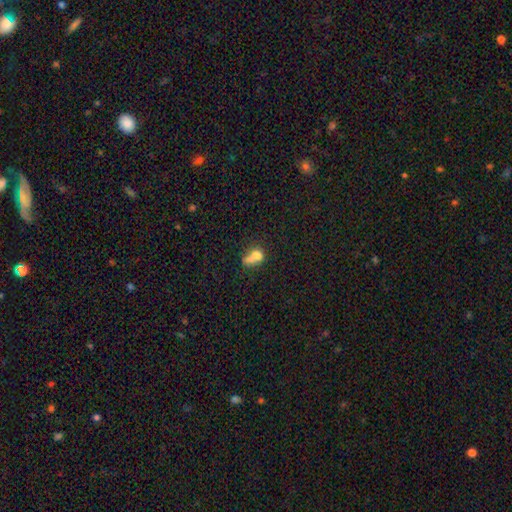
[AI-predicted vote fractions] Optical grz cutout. It shows a smooth galaxy with no disk features (67%) that is in between round and cigar-shaped (54%). Merging: merger (60%).